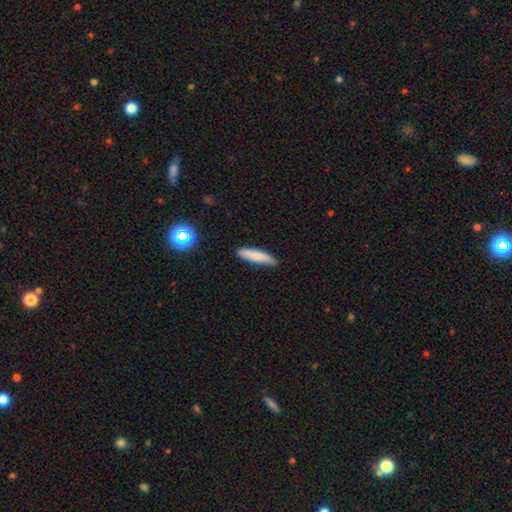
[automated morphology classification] type=smooth (80%); roundness=cigar-shaped (81%); merging=none (82%).